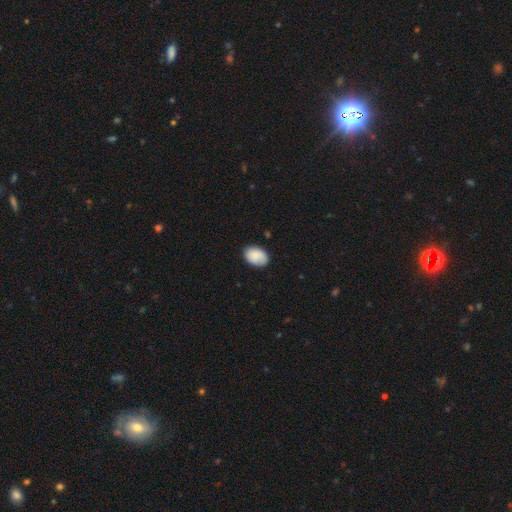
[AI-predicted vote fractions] A smooth galaxy with no disk features (84%) that is in between round and cigar-shaped (82%). Merging: none (82%).